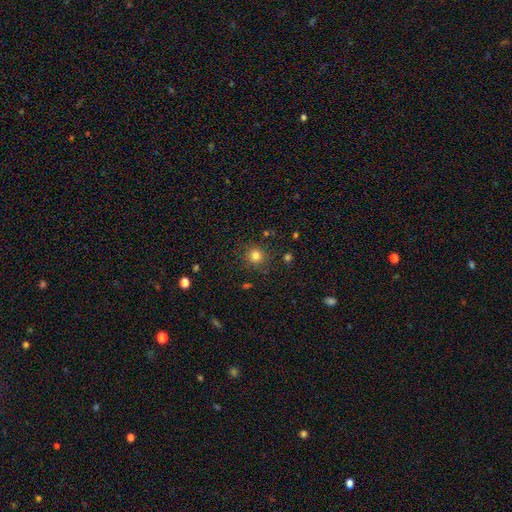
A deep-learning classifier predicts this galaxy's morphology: Smooth or featured: smooth — 81% (star or artifact — 14%)
How rounded: round — 92% (in between — 7%)
Merging: none — 87% (minor disturbance — 8%)